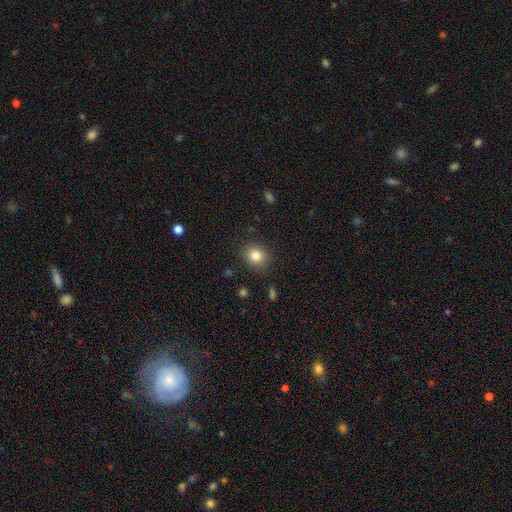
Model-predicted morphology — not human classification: Smooth or featured?
  - smooth: 84% *
  - star or artifact: 10%
  - featured or disk: 6%
How rounded?
  - round: 71% *
  - in between: 28%
  - cigar-shaped: 1%
Merging?
  - none: 87% *
  - minor disturbance: 9%
  - major disturbance: 3%
  - merger: 1%